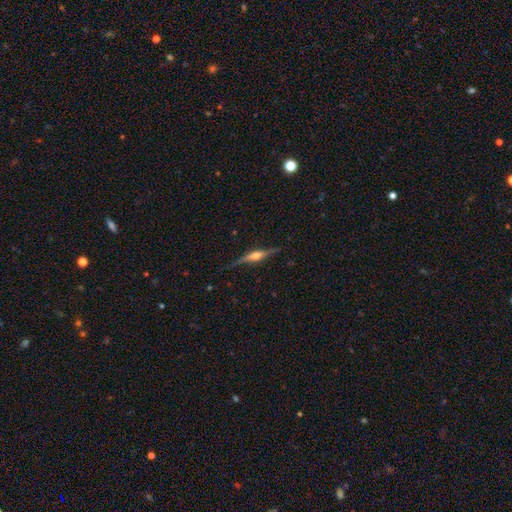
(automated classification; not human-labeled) Smooth or featured? featured or disk (78%)
Edge-on disk? yes (97%)
Edge-on bulge? rounded (89%)
Merging? none (83%)